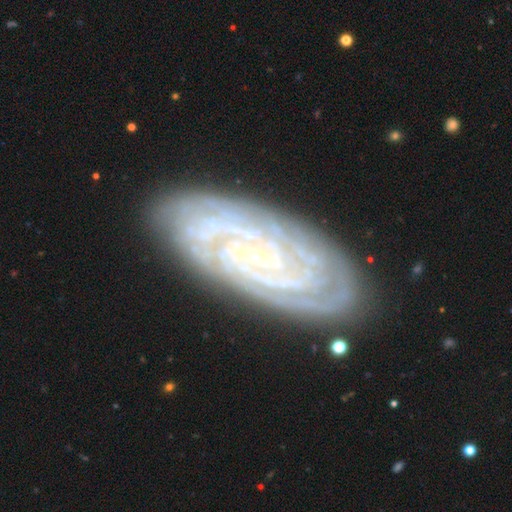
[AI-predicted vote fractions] The model was most divided on "spiral arm count" (2-way tie): can't tell: 22%, 4: 22%, 3: 18%, 2: 16%, more than 4: 15%, 1: 8%. More confident: spiral arms — yes (98%); edge-on disk — no (94%); smooth or featured — featured or disk (87%); bulge size — small (85%); merging — none (83%); spiral winding — tight (83%); bar — no (63%).